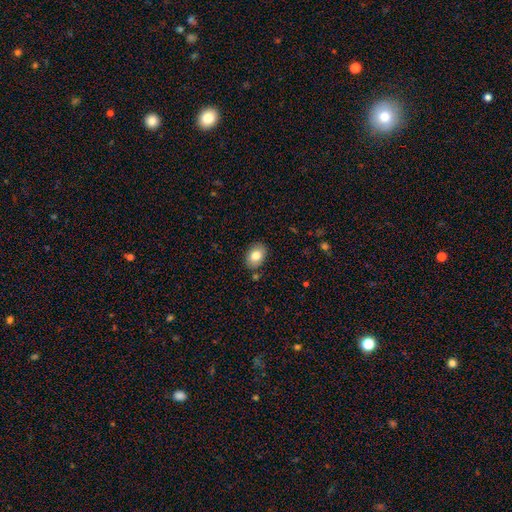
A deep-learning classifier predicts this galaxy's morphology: This is clearly a smooth galaxy (81%). How rounded: likely in between (76%). Merging: clearly none (84%).